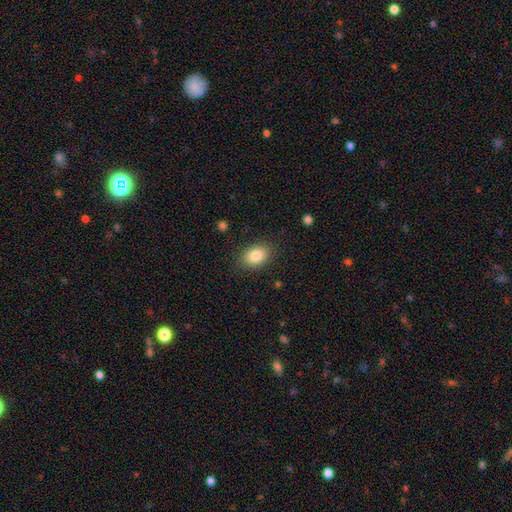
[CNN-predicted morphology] smooth 85%, star or artifact 8%, featured or disk 7%. Down the decision tree: how rounded — in between (79%); merging — none (86%).